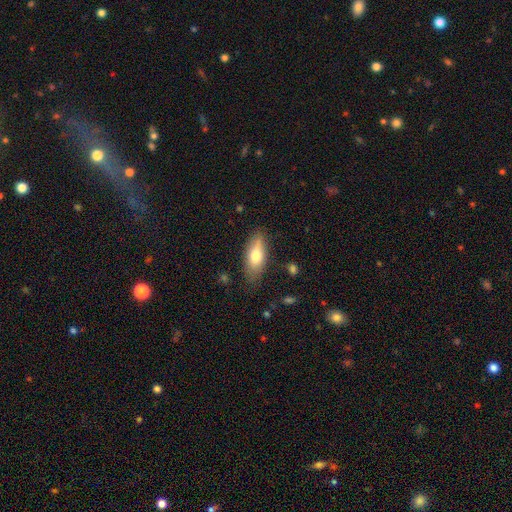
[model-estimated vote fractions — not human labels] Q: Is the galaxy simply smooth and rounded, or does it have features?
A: smooth — 71%.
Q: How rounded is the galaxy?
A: in between — 75%.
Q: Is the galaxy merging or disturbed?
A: none — 78%.